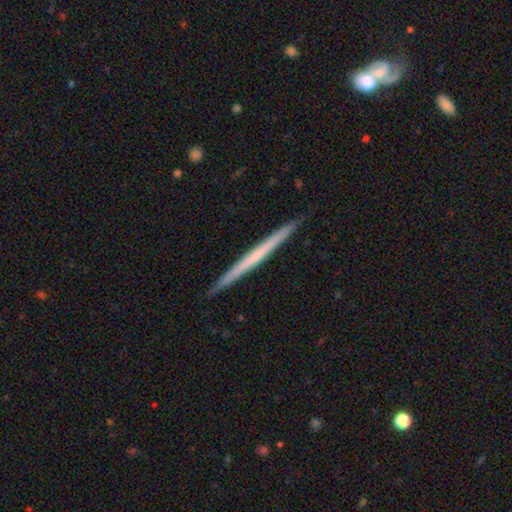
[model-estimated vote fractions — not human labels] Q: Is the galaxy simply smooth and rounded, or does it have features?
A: featured or disk — 55%.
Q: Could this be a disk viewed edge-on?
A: yes — 98%.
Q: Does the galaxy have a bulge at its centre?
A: none — 89%.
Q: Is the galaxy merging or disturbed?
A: none — 92%.